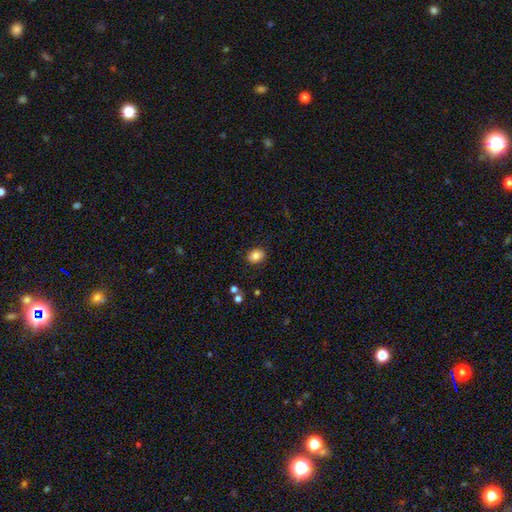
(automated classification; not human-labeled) Smooth or featured?
  - smooth: 84% *
  - star or artifact: 9%
  - featured or disk: 7%
How rounded?
  - in between: 53% *
  - round: 46%
  - cigar-shaped: 1%
Merging?
  - none: 89% *
  - minor disturbance: 8%
  - major disturbance: 2%
  - merger: 1%